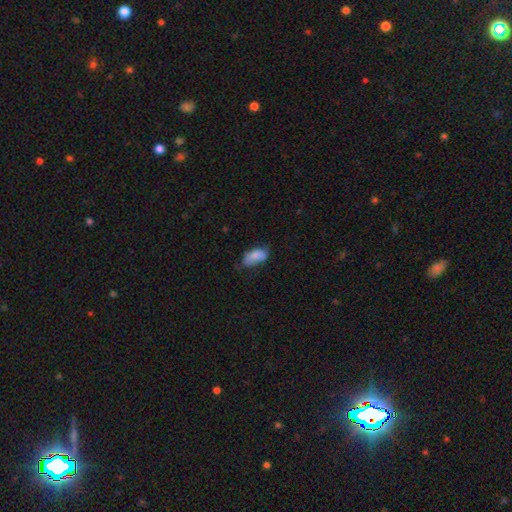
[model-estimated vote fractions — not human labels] Q: Smooth or featured?
A: smooth (79%); runner-up: featured or disk (13%)
Q: How rounded?
A: in between (92%); runner-up: cigar-shaped (5%)
Q: Merging?
A: none (44%); runner-up: minor disturbance (39%)